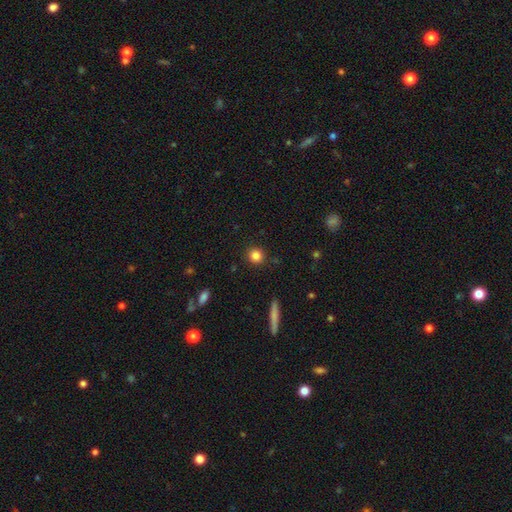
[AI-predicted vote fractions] Smooth or featured? smooth (84%)
How rounded? round (90%)
Merging? none (90%)